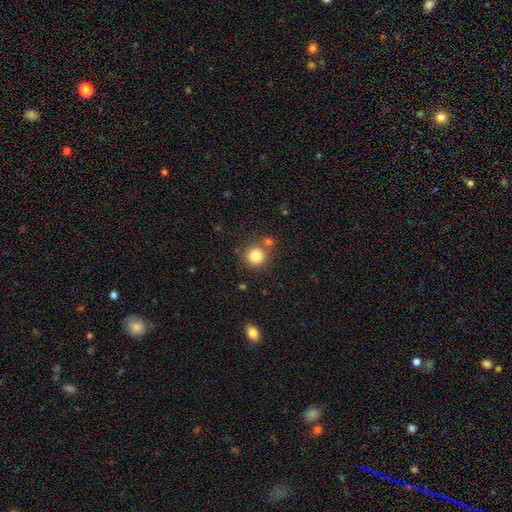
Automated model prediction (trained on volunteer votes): smooth-or-featured: smooth: 85% | star or artifact: 10% | featured or disk: 5%
  how-rounded: round: 93% | in between: 6% | cigar-shaped: 1%
  merging: none: 75% | merger: 13% | minor disturbance: 9% | major disturbance: 3%